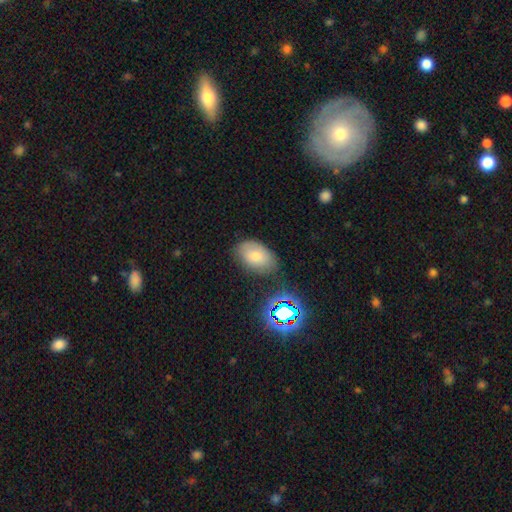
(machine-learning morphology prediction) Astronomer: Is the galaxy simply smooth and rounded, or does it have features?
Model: smooth — 69%.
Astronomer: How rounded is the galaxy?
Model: in between — 88%.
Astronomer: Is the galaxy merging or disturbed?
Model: none — 75%.